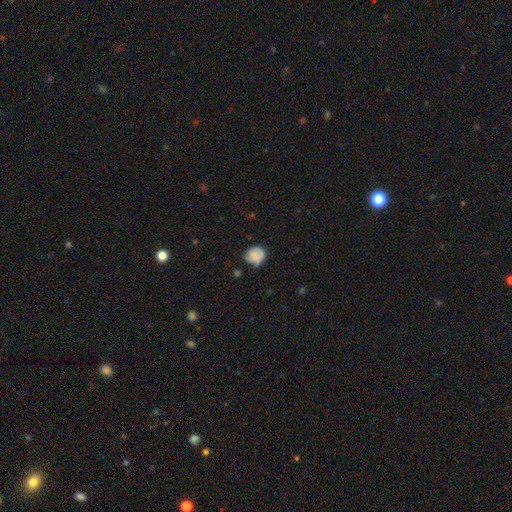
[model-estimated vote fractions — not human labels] This is likely a smooth galaxy (73%). How rounded: likely round (66%). Merging: possibly none (54%).